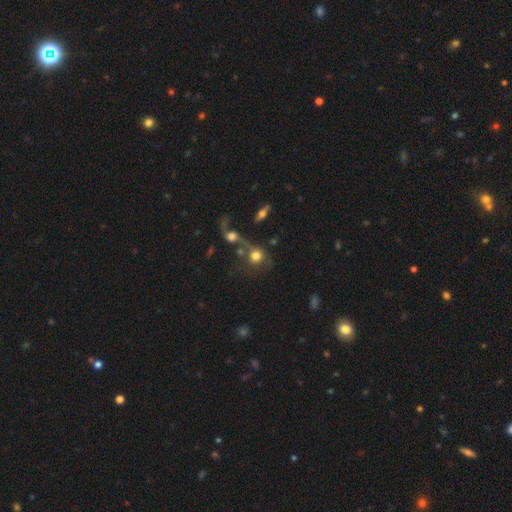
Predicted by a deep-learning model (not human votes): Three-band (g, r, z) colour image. It shows a smooth galaxy with no disk features (64%) that is round (85%). Merging: merger (43%).